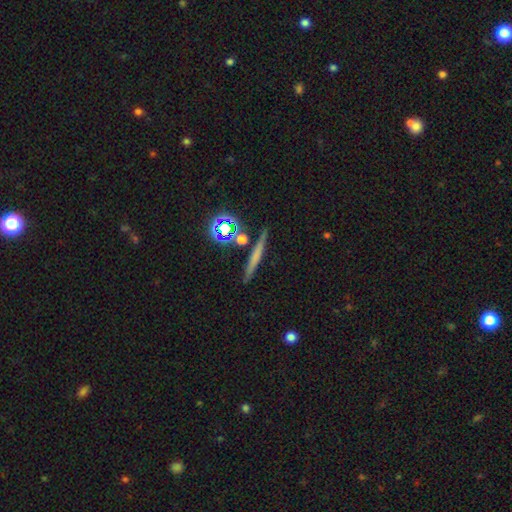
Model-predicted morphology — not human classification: smooth_or_featured: smooth (p=0.51) [alt: featured or disk p=0.34]
how_rounded: cigar-shaped (p=0.85) [alt: round p=0.09]
merging: none (p=0.84) [alt: minor disturbance p=0.09]